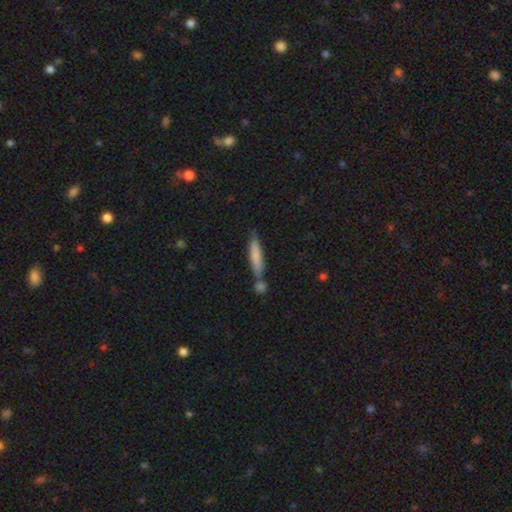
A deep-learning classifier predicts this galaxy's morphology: smooth 73%, featured or disk 21%, star or artifact 6%. Down the decision tree: how rounded — cigar-shaped (85%); merging — none (58%).